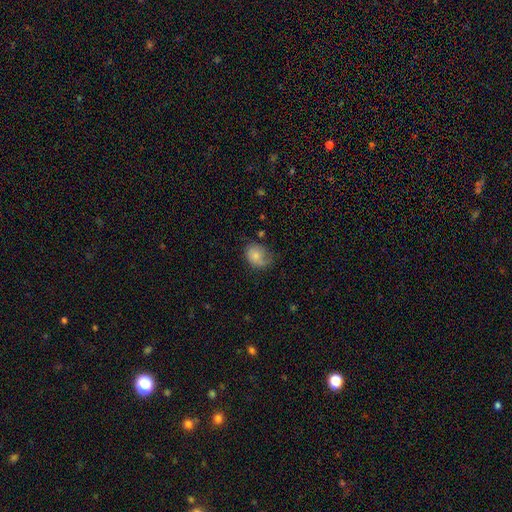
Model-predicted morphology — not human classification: type=smooth (70%); roundness=in between (55%); merging=none (47%).